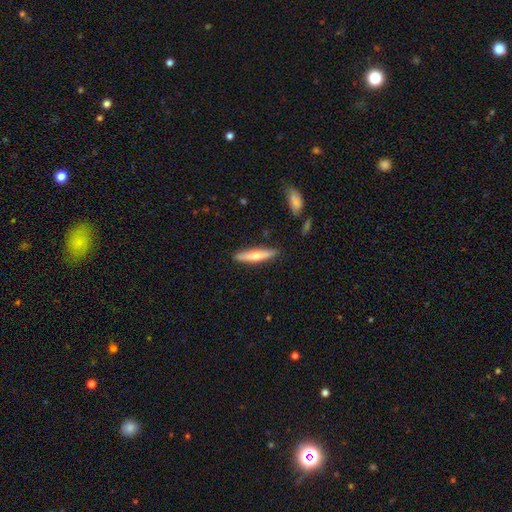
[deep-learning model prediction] Smooth or featured: smooth — 62% (featured or disk — 32%)
How rounded: cigar-shaped — 85% (in between — 14%)
Merging: none — 87% (minor disturbance — 10%)